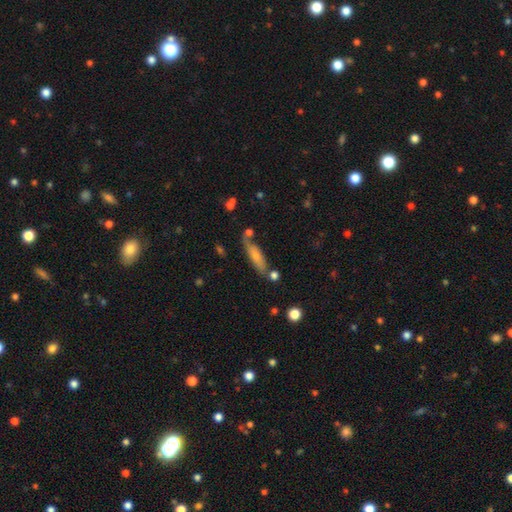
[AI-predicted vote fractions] A smooth galaxy with no disk features (68%) that is cigar-shaped (62%). Merging: none (58%).